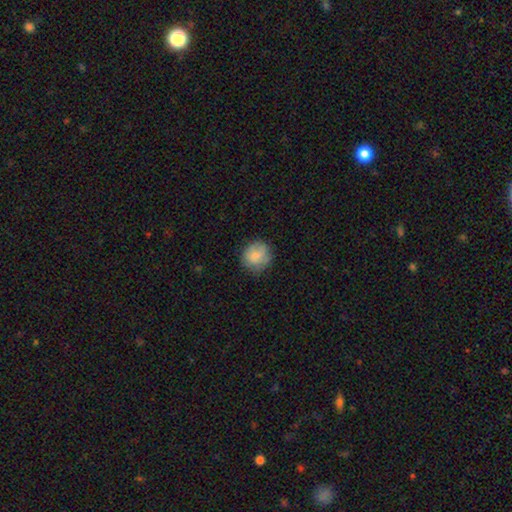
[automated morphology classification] A smooth galaxy with no disk features (80%) that is round (82%).

Vote fractions:
- Smooth or featured? smooth: 80% / featured or disk: 13% / star or artifact: 8%
- How rounded? round: 82% / in between: 17% / cigar-shaped: 1%
- Merging? none: 74% / minor disturbance: 20% / major disturbance: 5% / merger: 1%